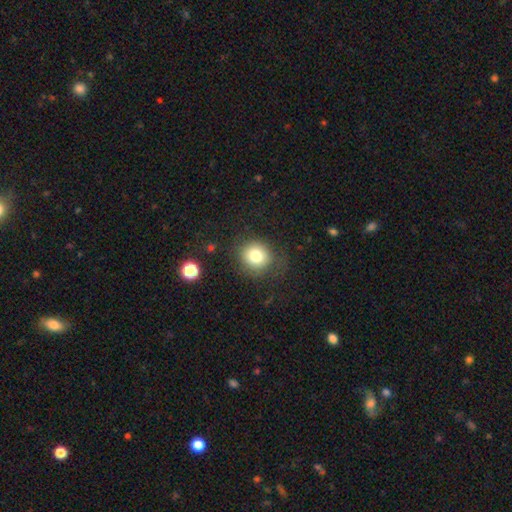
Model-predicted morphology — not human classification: Q: Smooth or featured?
A: smooth (78%); runner-up: star or artifact (12%)
Q: How rounded?
A: round (87%); runner-up: in between (12%)
Q: Merging?
A: none (77%); runner-up: minor disturbance (14%)